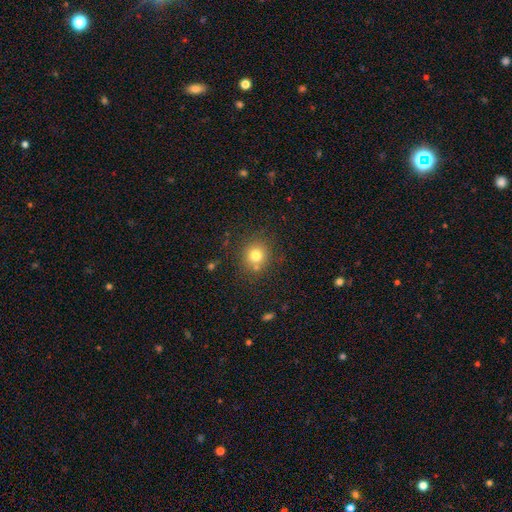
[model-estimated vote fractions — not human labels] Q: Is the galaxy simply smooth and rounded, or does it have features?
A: smooth — 76%.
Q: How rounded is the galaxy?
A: round — 89%.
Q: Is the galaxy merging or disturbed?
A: none — 77%.